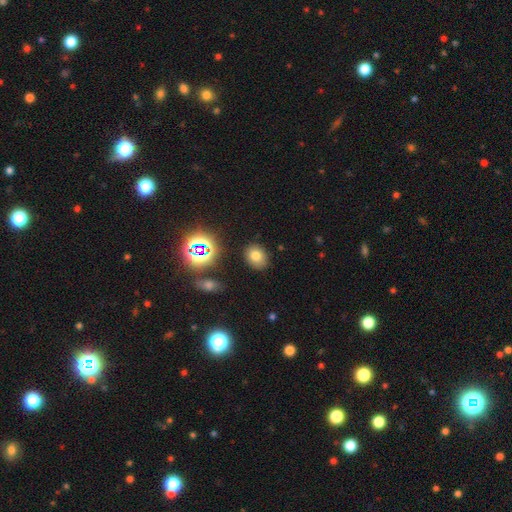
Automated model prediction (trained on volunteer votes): This appears to be a smooth galaxy with no disk features (73%) that is in between round and cigar-shaped (55%). Merging: none (85%).